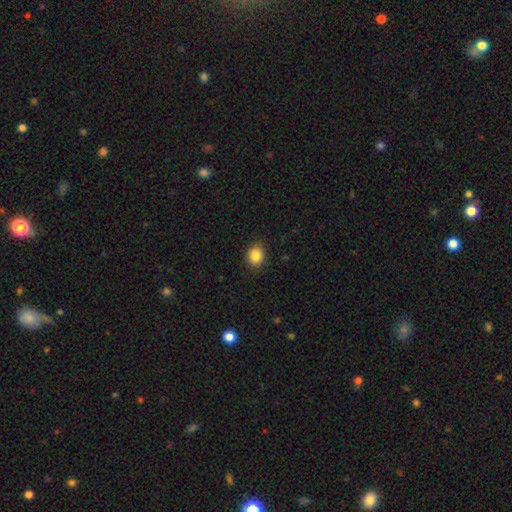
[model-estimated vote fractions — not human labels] Q: Smooth or featured?
A: smooth (85%); runner-up: star or artifact (10%)
Q: How rounded?
A: round (62%); runner-up: in between (37%)
Q: Merging?
A: none (86%); runner-up: minor disturbance (11%)